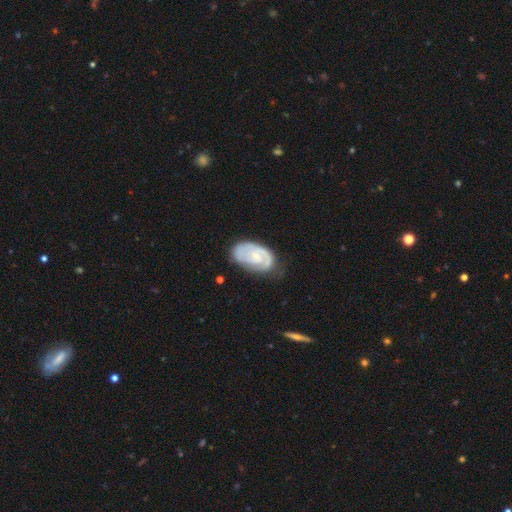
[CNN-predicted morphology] Smooth or featured? Predicted: featured or disk (p=0.71). Edge-on disk? Predicted: no (p=0.97). Bar? Predicted: no (p=0.68). Spiral arms? Predicted: yes (p=0.87). Spiral winding? Predicted: tight (p=0.60). Spiral arm count? Predicted: 2 (p=0.43). Bulge size? Predicted: small (p=0.59). Merging? Predicted: none (p=0.63).